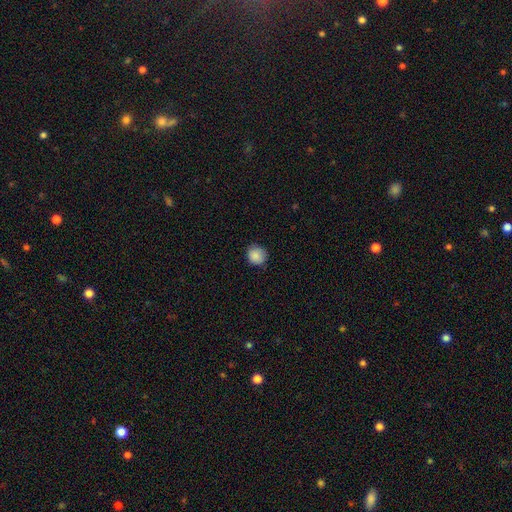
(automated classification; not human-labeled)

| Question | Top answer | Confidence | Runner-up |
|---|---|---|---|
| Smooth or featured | smooth | 88% | star or artifact (8%) |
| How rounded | round | 86% | in between (13%) |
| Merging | none | 82% | minor disturbance (15%) |